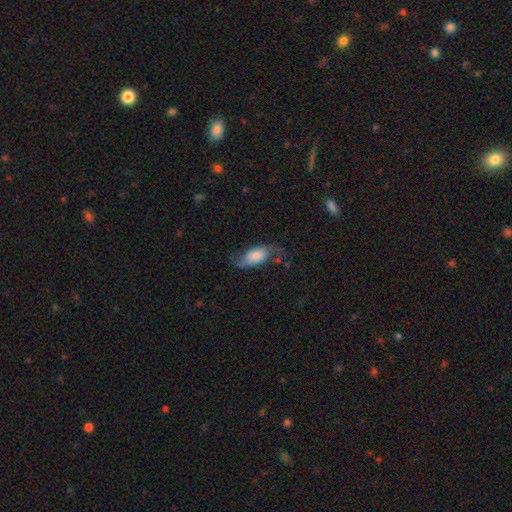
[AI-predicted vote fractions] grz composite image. It shows a featured or disk galaxy (56%) with no bar (65%), spiral arms (88%) and a moderate central bulge (34%). Merging: none (57%).